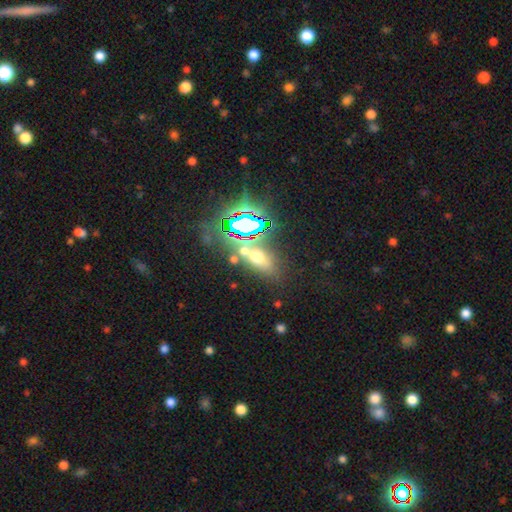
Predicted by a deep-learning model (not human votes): This is possibly a star or artifact rather than a galaxy (50%).